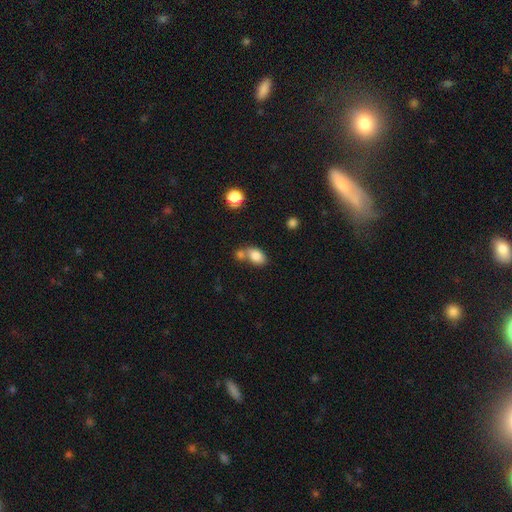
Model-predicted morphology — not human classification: This appears to be a smooth galaxy with no disk features (82%) that is in between round and cigar-shaped (84%). Merging: none (44%).